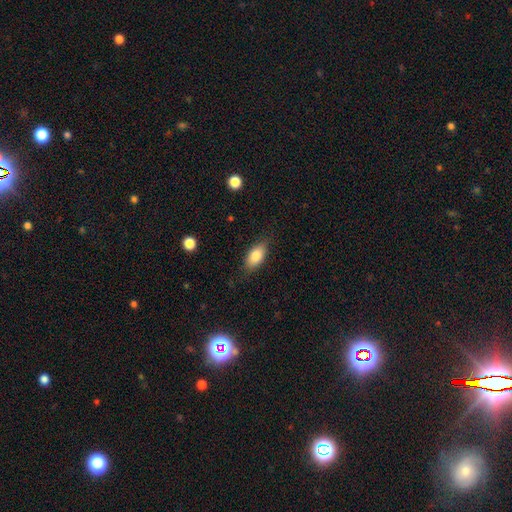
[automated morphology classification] This appears to be a smooth galaxy with no disk features (82%) that is in between round and cigar-shaped (88%). Merging: none (81%).